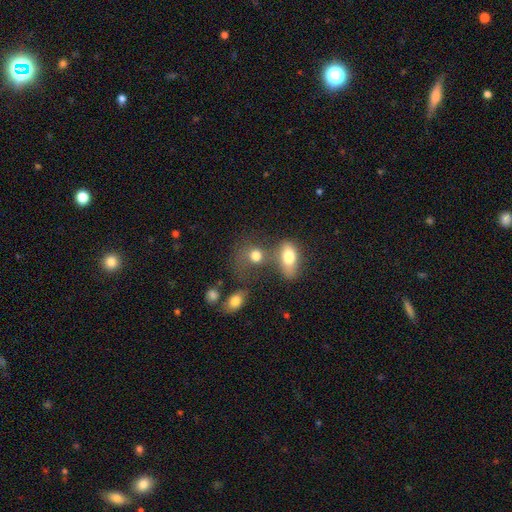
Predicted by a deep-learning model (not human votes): smooth-or-featured: smooth: 76% | featured or disk: 12% | star or artifact: 11%
  how-rounded: in between: 49% (tied) | round: 49% (tied) | cigar-shaped: 2%
  merging: merger: 42% | none: 32% | major disturbance: 14% | minor disturbance: 12%